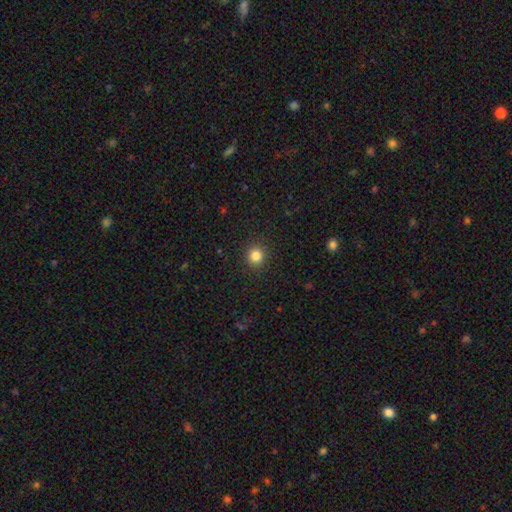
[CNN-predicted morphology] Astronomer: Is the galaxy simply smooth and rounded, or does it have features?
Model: smooth — 83%.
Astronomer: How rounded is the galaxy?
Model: round — 91%.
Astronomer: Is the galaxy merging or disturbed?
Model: none — 91%.